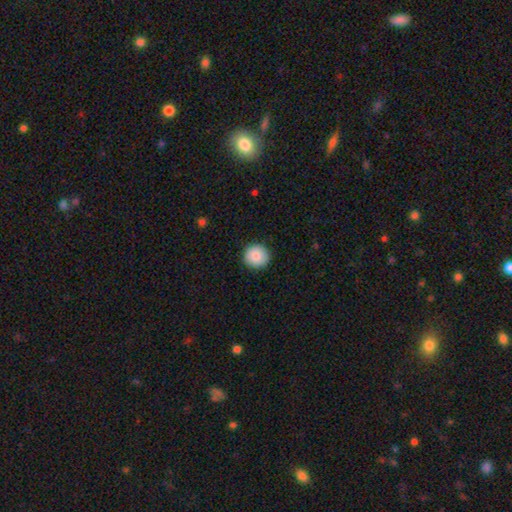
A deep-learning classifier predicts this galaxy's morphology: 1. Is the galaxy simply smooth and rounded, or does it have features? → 86% smooth, 7% star or artifact, 6% featured or disk.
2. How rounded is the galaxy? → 94% round, 5% in between, 1% cigar-shaped.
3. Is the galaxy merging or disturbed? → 91% none, 6% minor disturbance, 2% major disturbance, 1% merger.